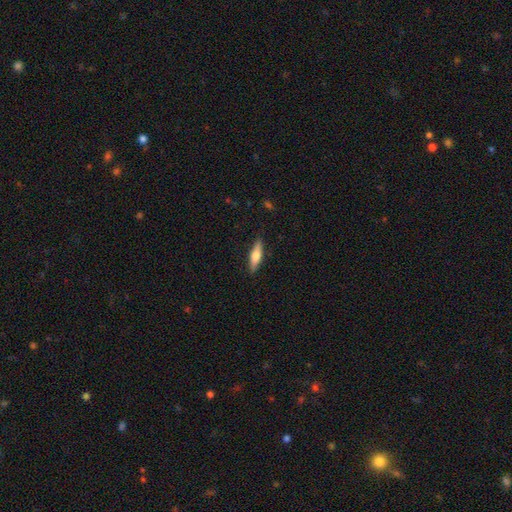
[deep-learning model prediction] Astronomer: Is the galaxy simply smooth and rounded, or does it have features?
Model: smooth — 50% (runner-up: featured or disk, 44%).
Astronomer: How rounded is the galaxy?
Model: cigar-shaped — 67%.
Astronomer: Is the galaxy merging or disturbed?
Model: none — 89%.